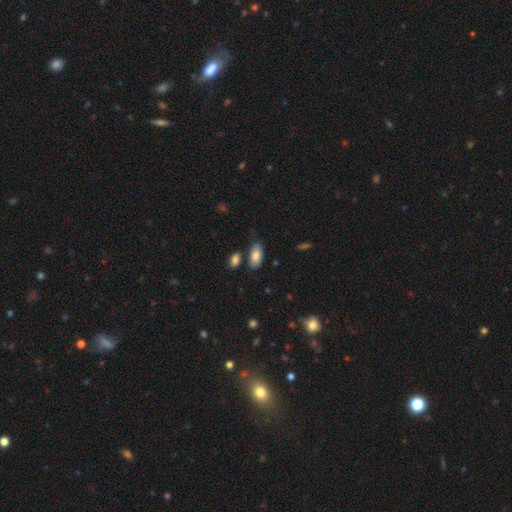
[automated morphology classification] Overall: smooth (80%). How rounded: in between (93%). Merging: none (72%).